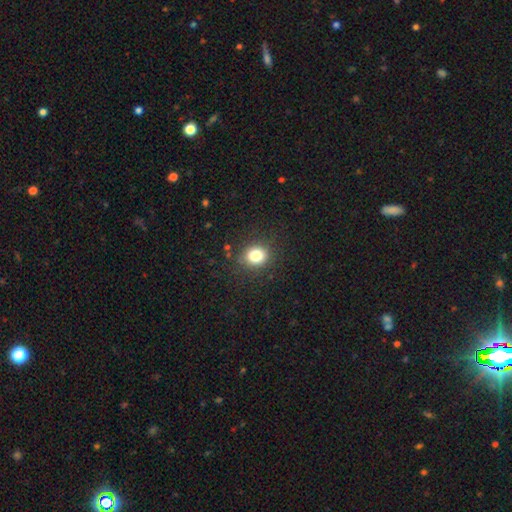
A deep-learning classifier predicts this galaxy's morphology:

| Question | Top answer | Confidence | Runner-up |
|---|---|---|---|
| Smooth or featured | smooth | 81% | star or artifact (13%) |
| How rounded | round | 75% | in between (24%) |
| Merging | none | 87% | minor disturbance (9%) |